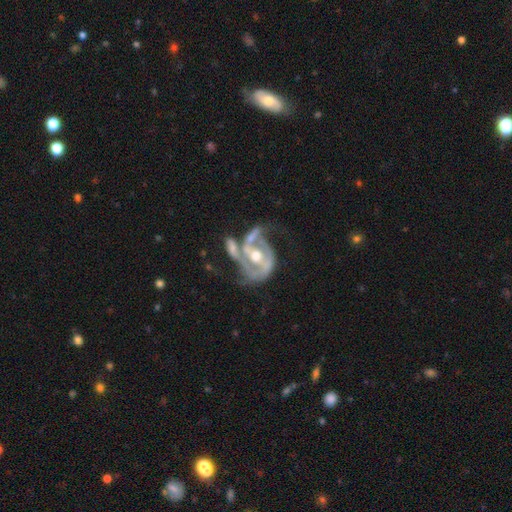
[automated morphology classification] Q: Smooth or featured?
A: featured or disk (87%); runner-up: smooth (8%)
Q: Edge-on disk?
A: no (97%); runner-up: yes (3%)
Q: Bar?
A: no (48%); runner-up: weak (33%)
Q: Spiral arms?
A: yes (84%); runner-up: no (16%)
Q: Spiral winding?
A: medium (43%); runner-up: tight (34%)
Q: Spiral arm count?
A: 2 (60%); runner-up: can't tell (16%)
Q: Bulge size?
A: moderate (76%); runner-up: small (15%)
Q: Merging?
A: merger (36%); runner-up: major disturbance (27%)